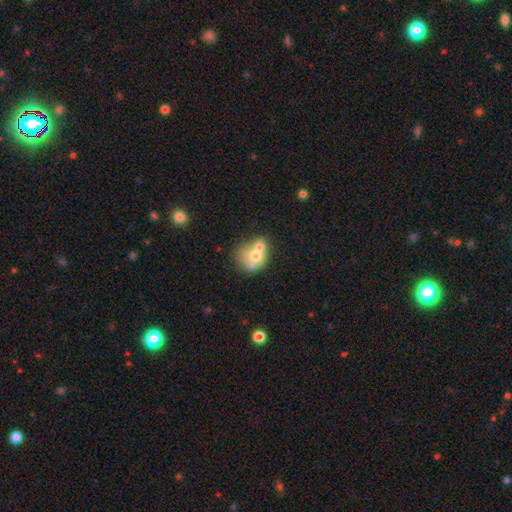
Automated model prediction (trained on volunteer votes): This is possibly a smooth galaxy (59%). How rounded: likely round (65%). Merging: possibly merger (59%).